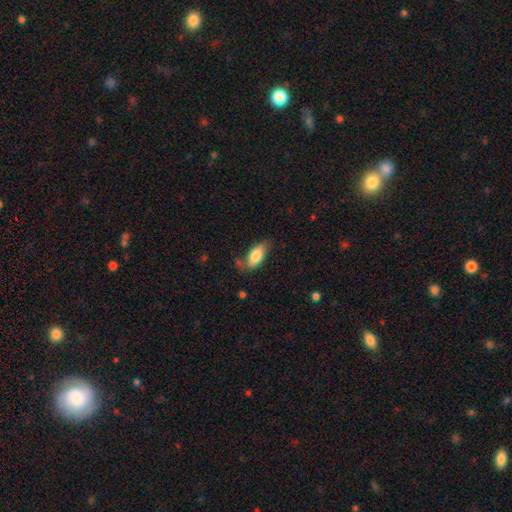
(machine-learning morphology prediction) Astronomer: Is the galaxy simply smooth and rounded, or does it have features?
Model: smooth — 79%.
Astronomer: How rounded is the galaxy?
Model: in between — 86%.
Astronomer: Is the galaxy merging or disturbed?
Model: none — 59%.